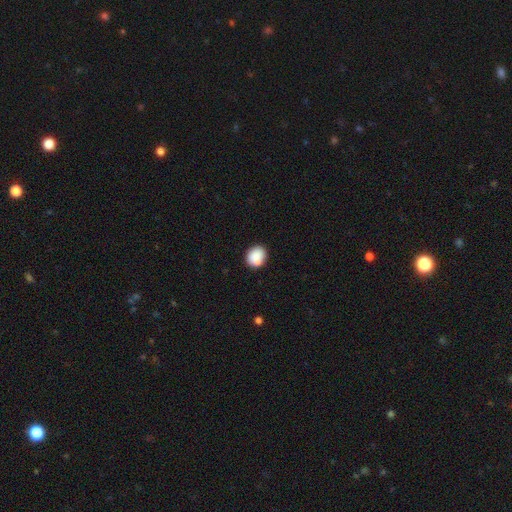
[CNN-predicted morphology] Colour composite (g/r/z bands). It shows a smooth galaxy with no disk features (83%) that is round (65%). Merging: none (68%).